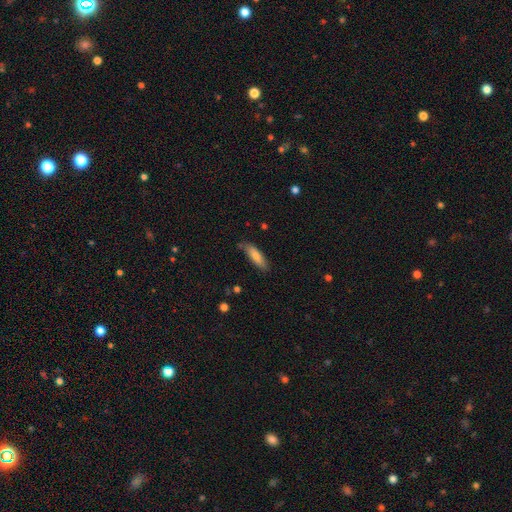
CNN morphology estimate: This is likely a smooth galaxy (79%). How rounded: possibly cigar-shaped (58%). Merging: clearly none (81%).